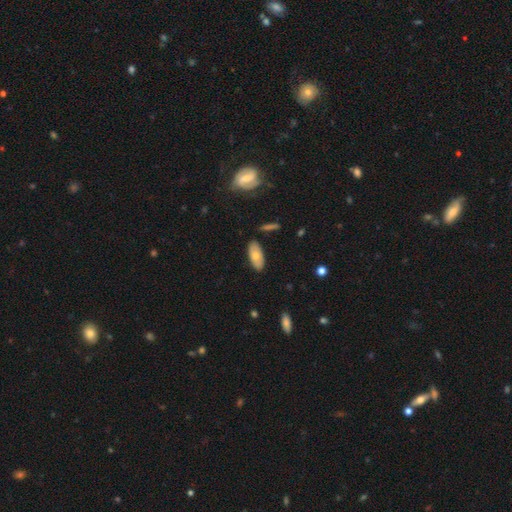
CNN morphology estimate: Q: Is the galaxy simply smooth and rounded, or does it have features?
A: smooth — 69%.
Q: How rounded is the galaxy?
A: in between — 89%.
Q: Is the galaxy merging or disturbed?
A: none — 83%.